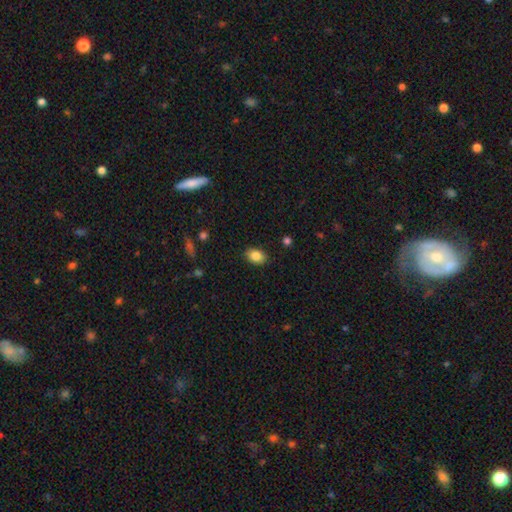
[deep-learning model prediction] A smooth galaxy with no disk features (86%) that is in between round and cigar-shaped (81%).

Vote fractions:
- Smooth or featured? smooth: 86% / star or artifact: 8% / featured or disk: 5%
- How rounded? in between: 81% / round: 18% / cigar-shaped: 1%
- Merging? none: 87% / minor disturbance: 10% / major disturbance: 2% / merger: 1%